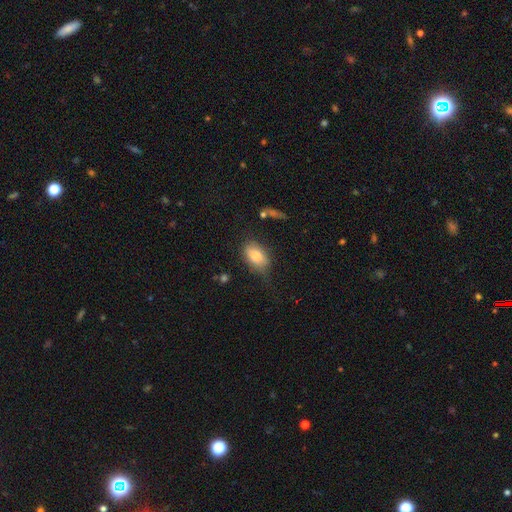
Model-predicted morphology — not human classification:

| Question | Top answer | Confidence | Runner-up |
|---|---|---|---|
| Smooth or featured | smooth | 79% | featured or disk (13%) |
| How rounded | in between | 89% | round (9%) |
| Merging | none | 61% | minor disturbance (27%) |